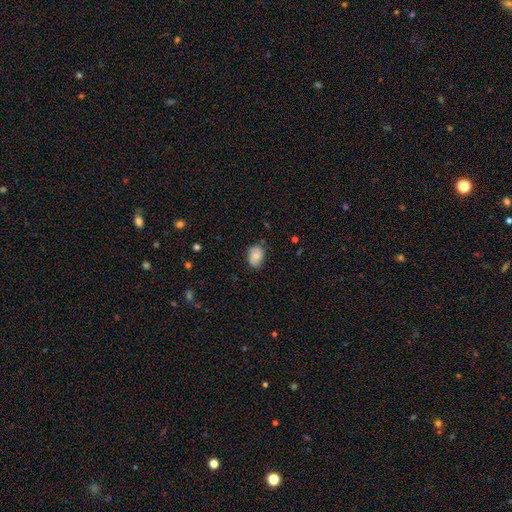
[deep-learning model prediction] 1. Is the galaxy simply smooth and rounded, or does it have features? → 68% smooth, 24% featured or disk, 8% star or artifact.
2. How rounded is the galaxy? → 74% in between, 25% round, 1% cigar-shaped.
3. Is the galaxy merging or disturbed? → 74% none, 20% minor disturbance, 4% major disturbance, 1% merger.